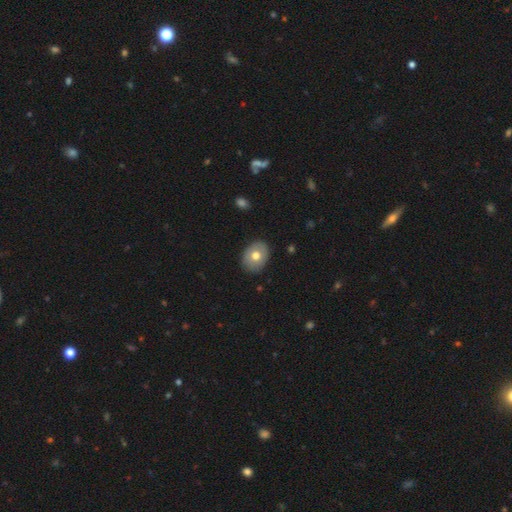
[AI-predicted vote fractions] A smooth galaxy with no disk features (67%) that is in between round and cigar-shaped (66%). Merging: none (86%).